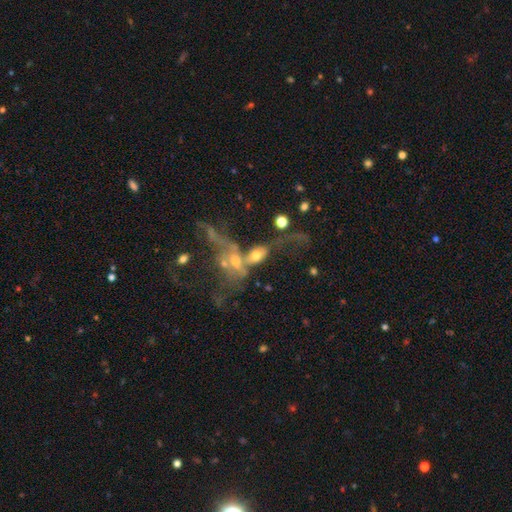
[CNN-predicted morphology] Overall: featured or disk (55%; smooth 23%). Edge-on disk: no (86%). Merging: merger (64%).